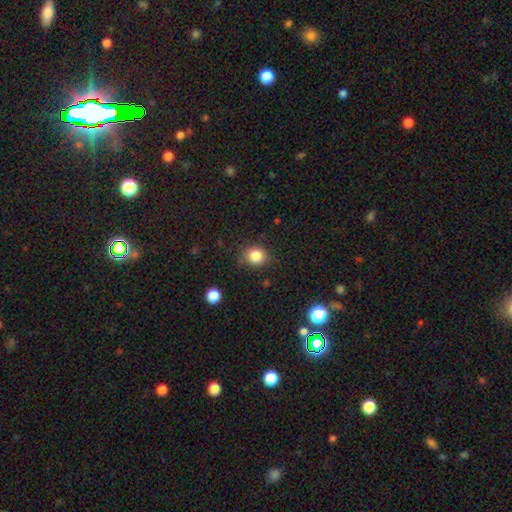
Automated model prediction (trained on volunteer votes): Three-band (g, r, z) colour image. It shows a smooth galaxy with no disk features (84%) that is round (78%). Merging: none (83%).